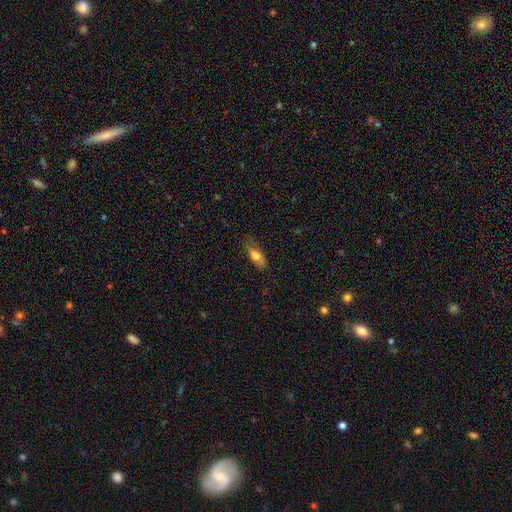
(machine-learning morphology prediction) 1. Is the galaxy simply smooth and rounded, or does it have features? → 77% smooth, 16% featured or disk, 7% star or artifact.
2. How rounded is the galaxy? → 81% in between, 16% cigar-shaped, 3% round.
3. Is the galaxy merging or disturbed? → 63% none, 27% minor disturbance, 8% major disturbance, 2% merger.